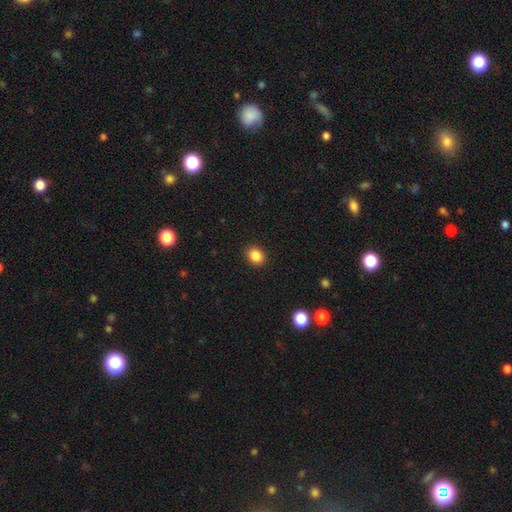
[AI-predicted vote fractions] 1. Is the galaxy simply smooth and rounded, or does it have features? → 87% smooth, 10% star or artifact, 3% featured or disk.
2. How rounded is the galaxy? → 54% round, 45% in between, 1% cigar-shaped.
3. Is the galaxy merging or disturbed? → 90% none, 7% minor disturbance, 2% major disturbance, 1% merger.